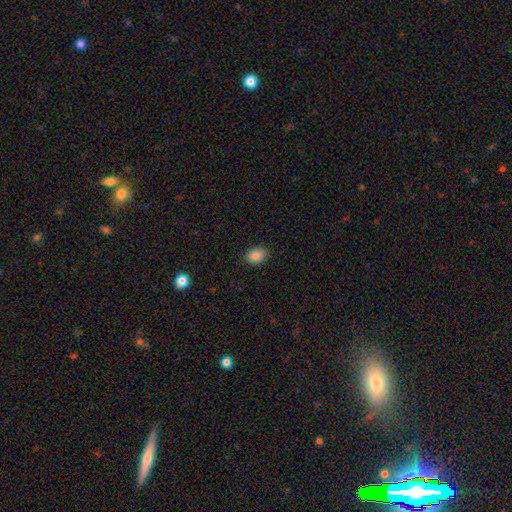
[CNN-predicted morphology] A smooth galaxy with no disk features (86%) that is in between round and cigar-shaped (72%).

Vote fractions:
- Smooth or featured? smooth: 86% / star or artifact: 9% / featured or disk: 5%
- How rounded? in between: 72% / round: 27% / cigar-shaped: 1%
- Merging? none: 87% / minor disturbance: 10% / major disturbance: 2% / merger: 1%